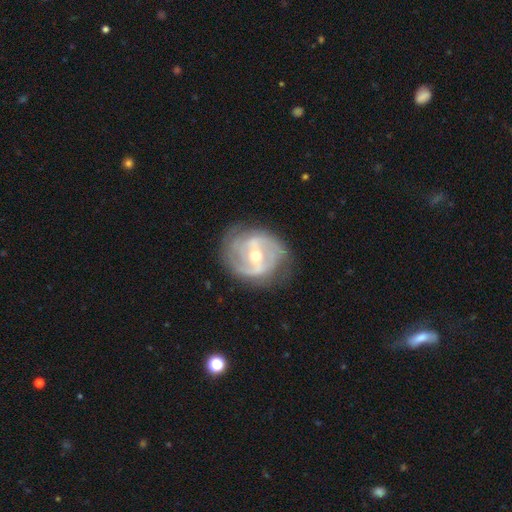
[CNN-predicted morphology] The model was most divided on "spiral winding": tight: 44%, medium: 42%, loose: 14%. Remaining: edge-on disk — no (97%); spiral arms — yes (94%); smooth or featured — featured or disk (88%); merging — none (74%); bulge size — moderate (59%); spiral arm count — 2 (56%); bar — weak (44%).